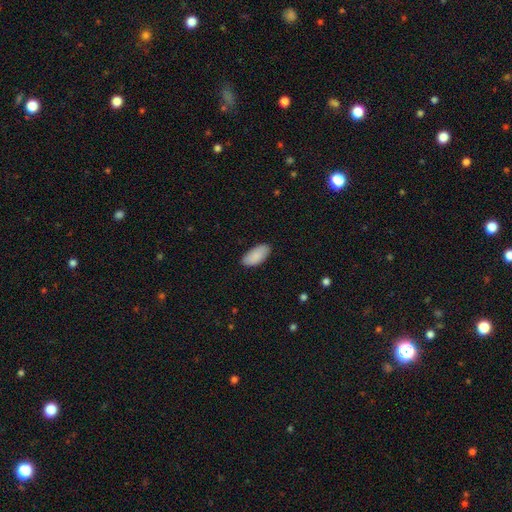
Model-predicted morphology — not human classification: smooth-or-featured: smooth: 90% | star or artifact: 6% | featured or disk: 4%
  how-rounded: in between: 94% | cigar-shaped: 4% | round: 2%
  merging: none: 85% | minor disturbance: 12% | major disturbance: 2% | merger: 1%